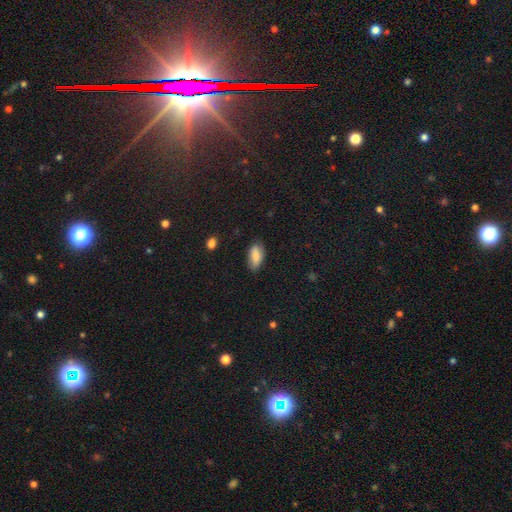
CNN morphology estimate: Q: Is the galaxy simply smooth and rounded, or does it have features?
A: smooth — 83%.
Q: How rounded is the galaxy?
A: in between — 90%.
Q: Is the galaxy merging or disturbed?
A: none — 76%.